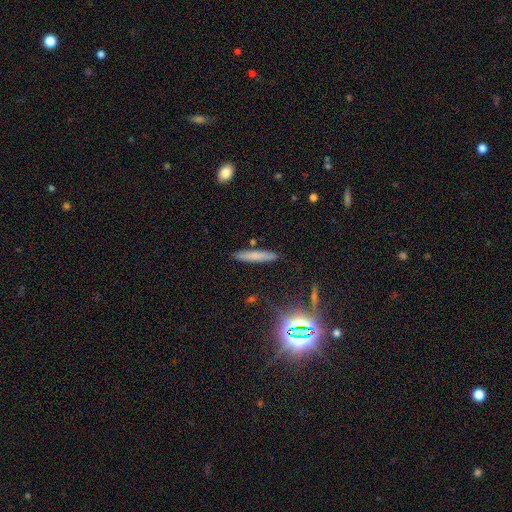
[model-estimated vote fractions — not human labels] smooth 70%, featured or disk 18%, star or artifact 12%. Down the decision tree: how rounded — cigar-shaped (93%); merging — none (88%).